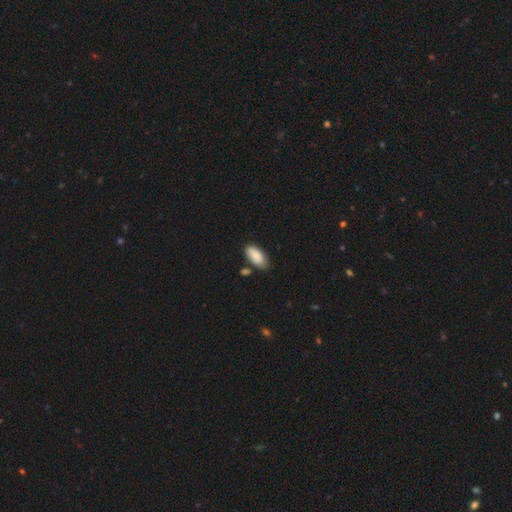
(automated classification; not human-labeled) Smooth or featured?
  - smooth: 87% *
  - featured or disk: 7%
  - star or artifact: 6%
How rounded?
  - in between: 92% *
  - cigar-shaped: 6%
  - round: 2%
Merging?
  - none: 73% *
  - minor disturbance: 17%
  - merger: 7%
  - major disturbance: 3%